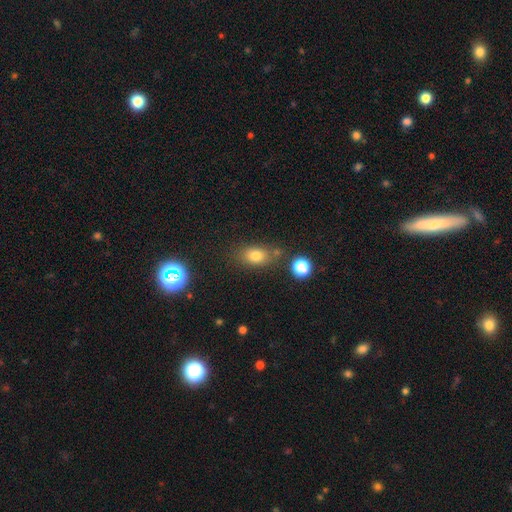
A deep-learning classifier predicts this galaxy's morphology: Overall: smooth (77%). How rounded: in between (69%). Merging: none (68%).